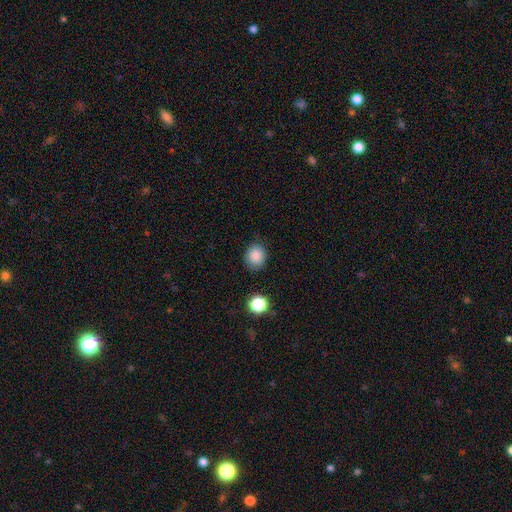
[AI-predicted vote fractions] smooth-or-featured: smooth: 85% | star or artifact: 10% | featured or disk: 5%
  how-rounded: round: 71% | in between: 28% | cigar-shaped: 1%
  merging: none: 83% | minor disturbance: 13% | major disturbance: 3% | merger: 2%